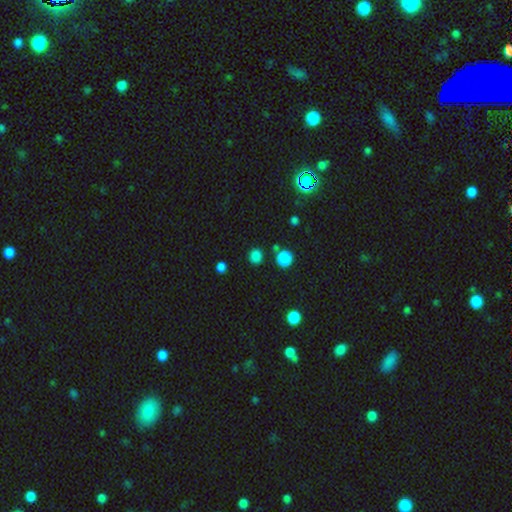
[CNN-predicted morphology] A smooth galaxy with no disk features (78%) that is round (86%).

Vote fractions:
- Smooth or featured? smooth: 78% / star or artifact: 18% / featured or disk: 4%
- How rounded? round: 86% / in between: 13% / cigar-shaped: 1%
- Merging? none: 82% / minor disturbance: 9% / merger: 6% / major disturbance: 3%